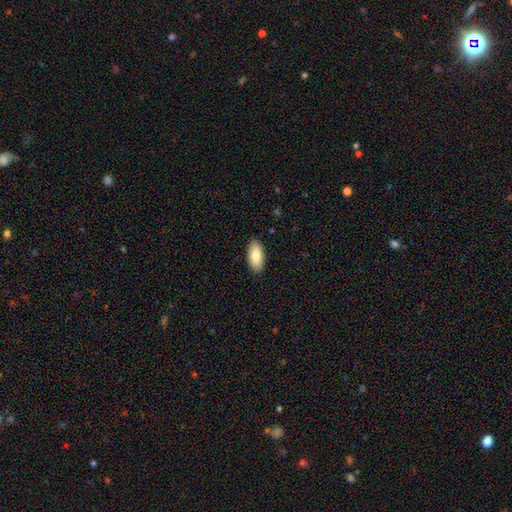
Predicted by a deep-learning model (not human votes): smooth_or_featured: smooth (p=0.80) [alt: featured or disk p=0.14]
how_rounded: in between (p=0.90) [alt: cigar-shaped p=0.08]
merging: none (p=0.90) [alt: minor disturbance p=0.08]